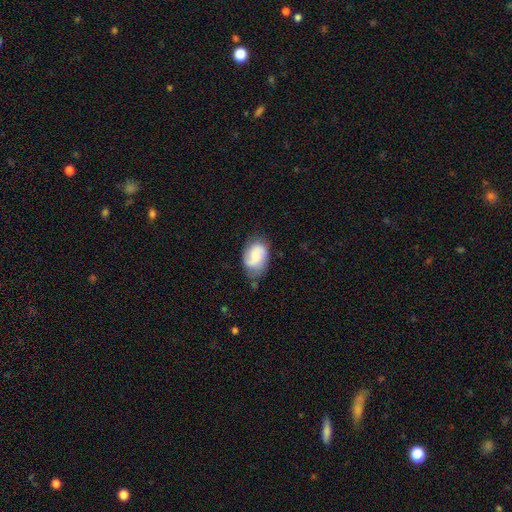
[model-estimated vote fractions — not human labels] Overall: featured or disk (53%; smooth 39%). Edge-on disk: no (97%). Bar: no (46%; weak 44%). Spiral arms: yes (90%). Bulge size: small (36%; moderate 35%). Merging: none (63%; minor disturbance 27%).